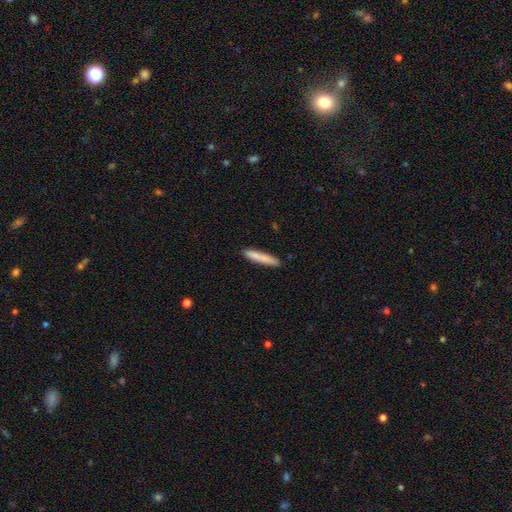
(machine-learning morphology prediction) This is clearly a smooth galaxy (80%). How rounded: clearly cigar-shaped (94%). Merging: clearly none (90%).